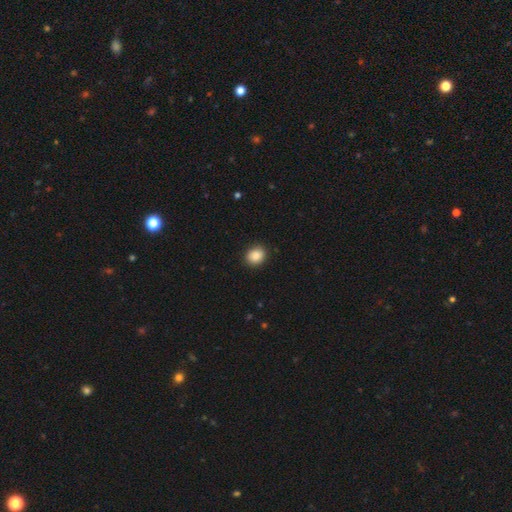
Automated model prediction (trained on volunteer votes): smooth_or_featured: smooth (p=0.88) [alt: star or artifact p=0.08]
how_rounded: round (p=0.66) [alt: in between p=0.33]
merging: none (p=0.89) [alt: minor disturbance p=0.08]